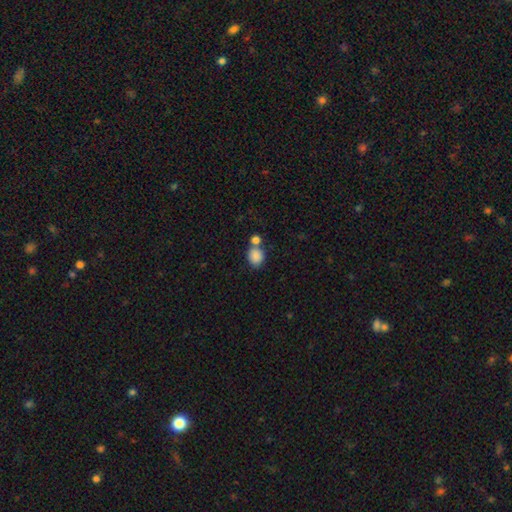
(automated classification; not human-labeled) This appears to be a smooth galaxy with no disk features (86%) that is round (68%). Merging: none (54%).